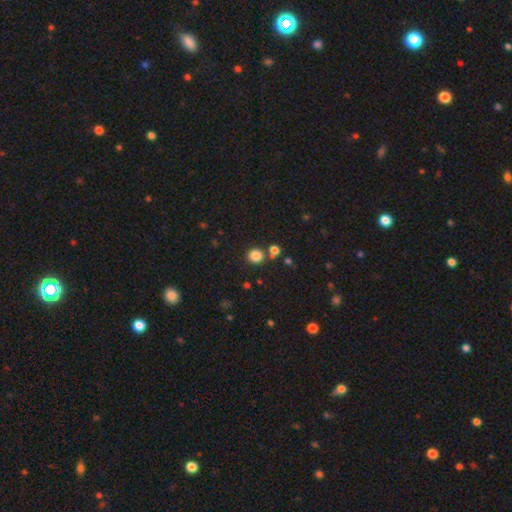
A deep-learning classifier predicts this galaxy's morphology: Q: Smooth or featured?
A: smooth (84%); runner-up: star or artifact (12%)
Q: How rounded?
A: round (87%); runner-up: in between (12%)
Q: Merging?
A: none (77%); runner-up: merger (13%)